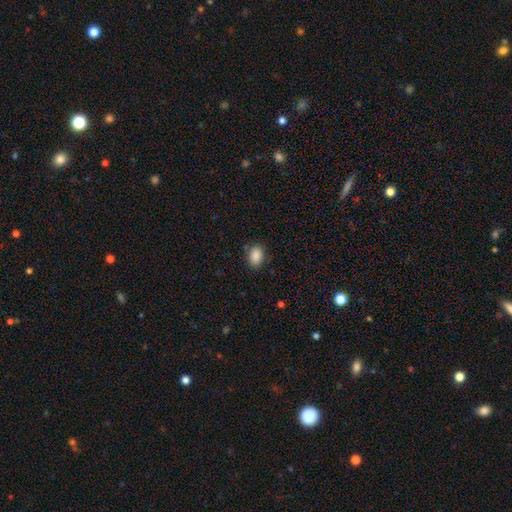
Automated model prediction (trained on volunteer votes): Smooth or featured?
  - smooth: 88% *
  - star or artifact: 8%
  - featured or disk: 4%
How rounded?
  - in between: 79% *
  - round: 20%
  - cigar-shaped: 1%
Merging?
  - none: 81% *
  - minor disturbance: 14%
  - major disturbance: 3%
  - merger: 2%